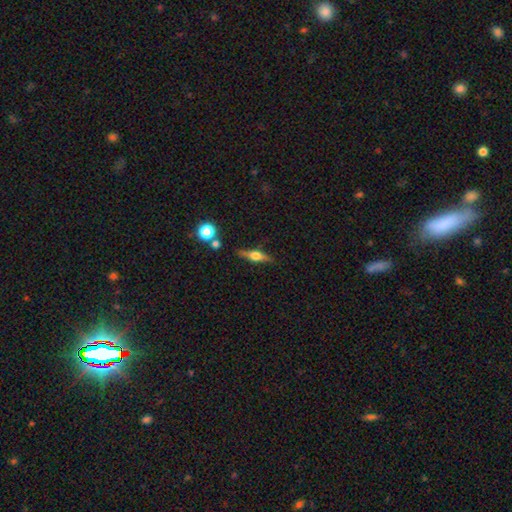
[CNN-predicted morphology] A featured or disk galaxy (61%) viewed edge-on (95%) with a rounded central bulge (92%). Merging: none (81%).